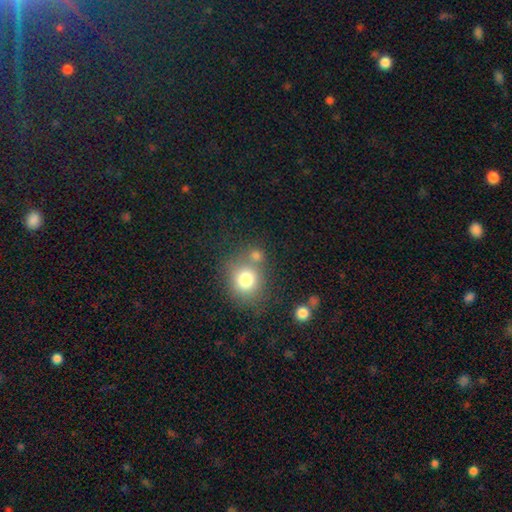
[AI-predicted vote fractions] Q: Smooth or featured?
A: smooth (76%); runner-up: star or artifact (15%)
Q: How rounded?
A: round (80%); runner-up: in between (19%)
Q: Merging?
A: none (58%); runner-up: merger (28%)